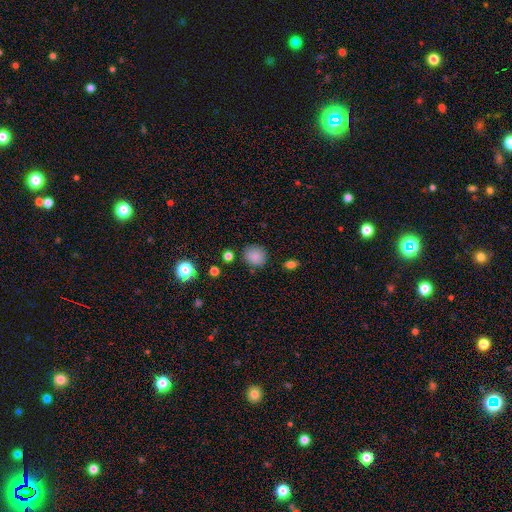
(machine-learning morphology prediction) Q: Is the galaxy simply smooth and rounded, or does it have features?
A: smooth — 83%.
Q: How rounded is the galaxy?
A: round — 78%.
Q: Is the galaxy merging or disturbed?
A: none — 80%.